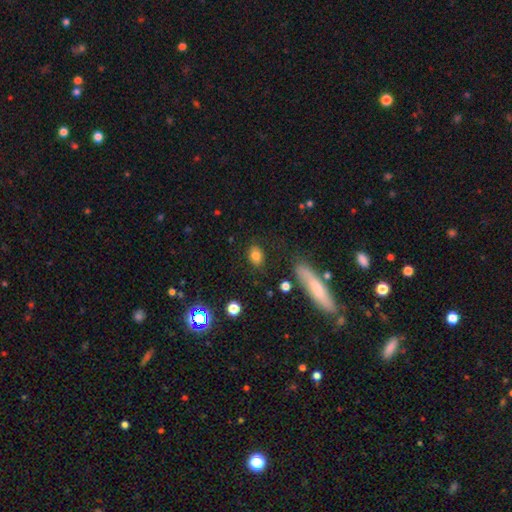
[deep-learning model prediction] A smooth galaxy with no disk features (79%) that is in between round and cigar-shaped (61%). Merging: none (79%).